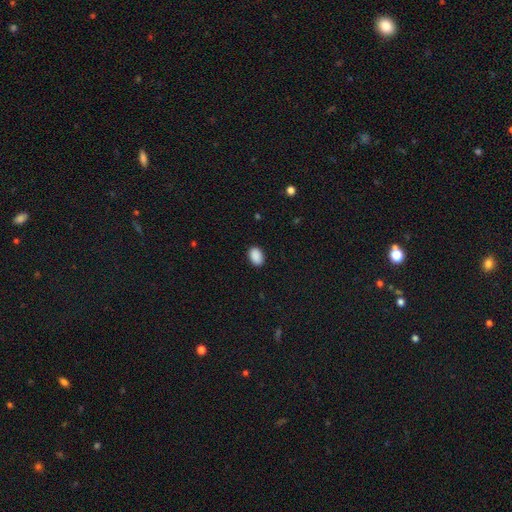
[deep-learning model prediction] The model was most divided on "how rounded": in between: 85%, round: 14%, cigar-shaped: 1%. More confident: smooth or featured — smooth (90%); merging — none (89%).